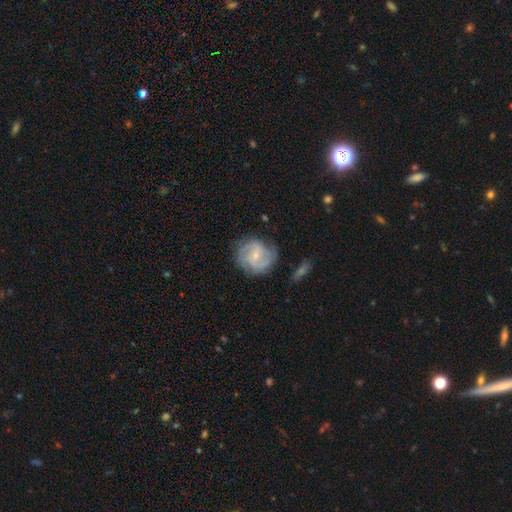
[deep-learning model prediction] The model was most divided on "spiral winding": medium: 44%, tight: 42%, loose: 13%. Remaining: edge-on disk — no (98%); spiral arms — yes (94%); smooth or featured — featured or disk (80%); merging — none (73%); bulge size — small (71%); spiral arm count — 2 (50%); bar — no (48%).